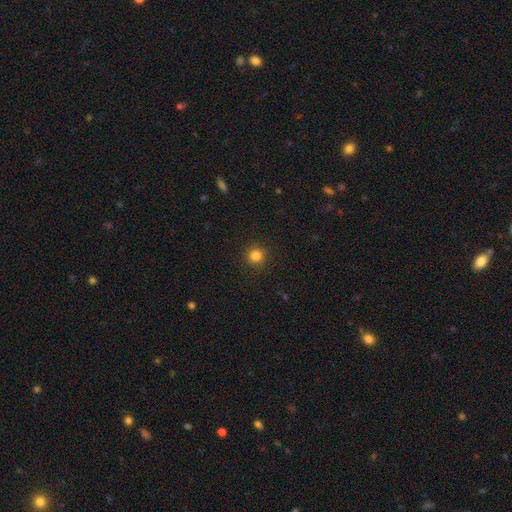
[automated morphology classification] Smooth or featured? smooth (83%)
How rounded? round (95%)
Merging? none (92%)